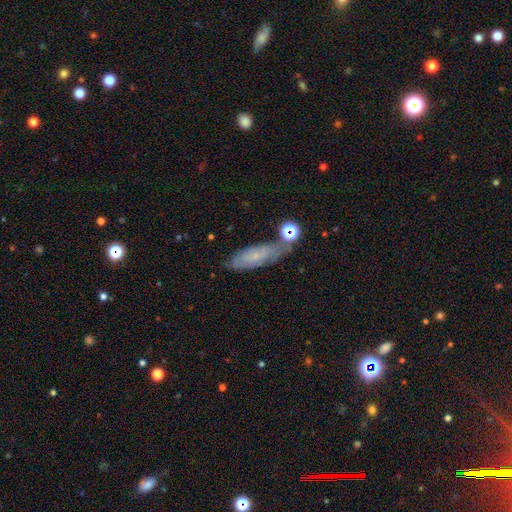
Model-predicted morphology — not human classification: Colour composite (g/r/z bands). It shows a smooth galaxy with no disk features (48%). Merging: none (62%).